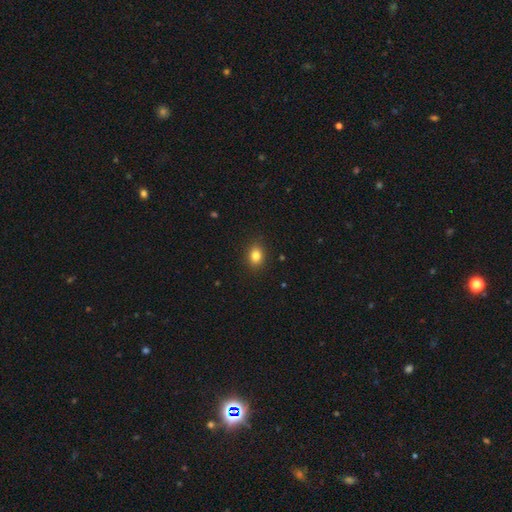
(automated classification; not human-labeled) A smooth galaxy with no disk features (83%) that is in between round and cigar-shaped (59%).

Vote fractions:
- Smooth or featured? smooth: 83% / star or artifact: 11% / featured or disk: 6%
- How rounded? in between: 59% / round: 40% / cigar-shaped: 1%
- Merging? none: 89% / minor disturbance: 8% / major disturbance: 2% / merger: 1%